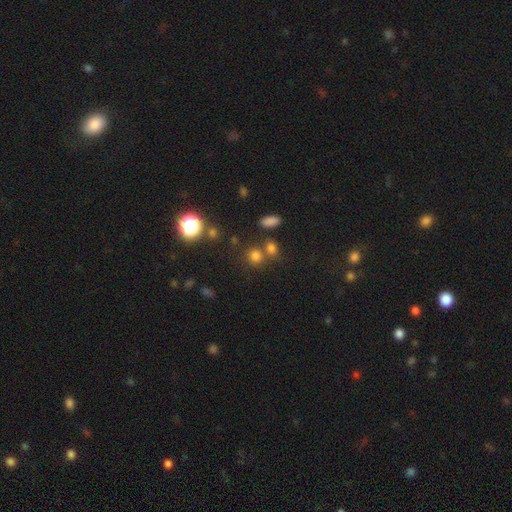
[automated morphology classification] smooth-or-featured: smooth: 73% | star or artifact: 20% | featured or disk: 7%
  how-rounded: round: 82% | in between: 17% | cigar-shaped: 1%
  merging: none: 65% | merger: 21% | minor disturbance: 10% | major disturbance: 5%